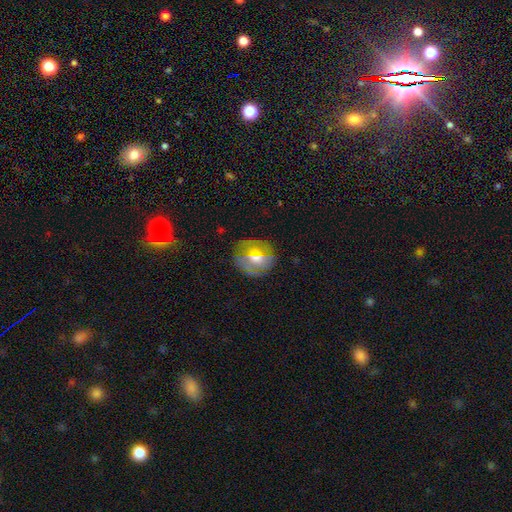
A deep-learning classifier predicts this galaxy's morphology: Smooth or featured? smooth (53%)
How rounded? round (72%)
Merging? none (76%)